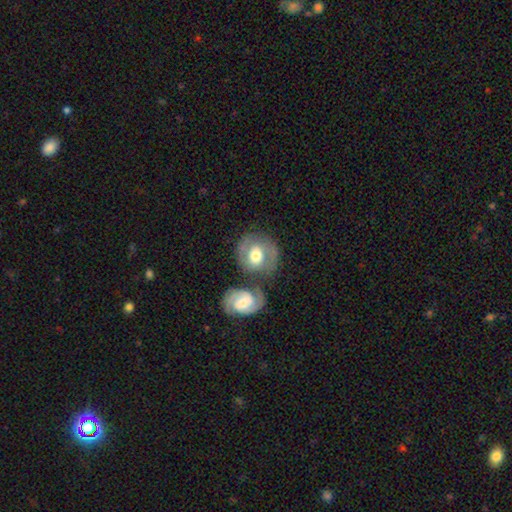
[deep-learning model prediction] This appears to be a featured or disk galaxy (62%) with no bar (42%, tied with weak), spiral arms (82%) and a moderate central bulge (69%). Merging: none (52%).